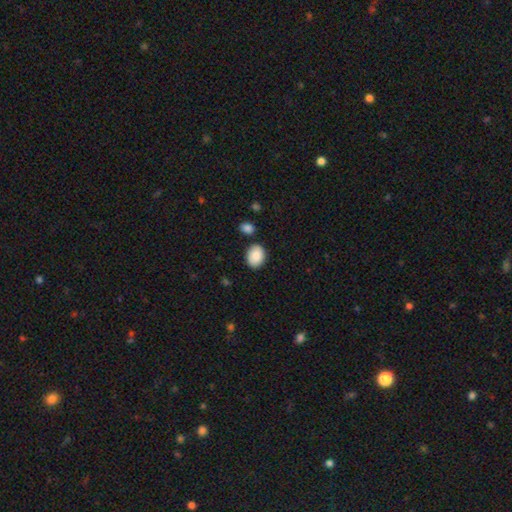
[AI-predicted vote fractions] Smooth or featured? Predicted: smooth (p=0.89). How rounded? Predicted: in between (p=0.64). Merging? Predicted: none (p=0.81).